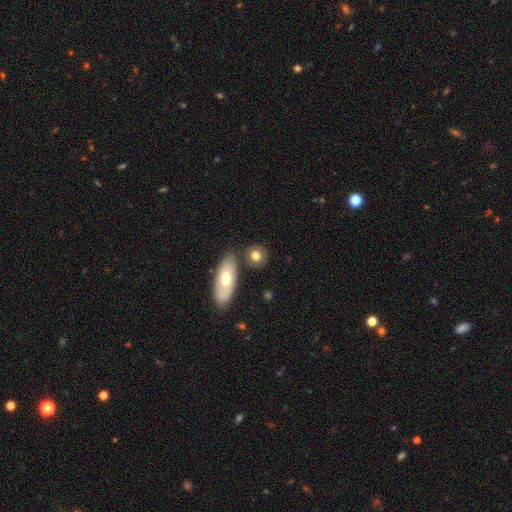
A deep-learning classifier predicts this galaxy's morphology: Smooth or featured?
  - smooth: 72% *
  - featured or disk: 21%
  - star or artifact: 7%
How rounded?
  - round: 57% *
  - in between: 39%
  - cigar-shaped: 4%
Merging?
  - none: 71% *
  - merger: 13%
  - minor disturbance: 13%
  - major disturbance: 4%